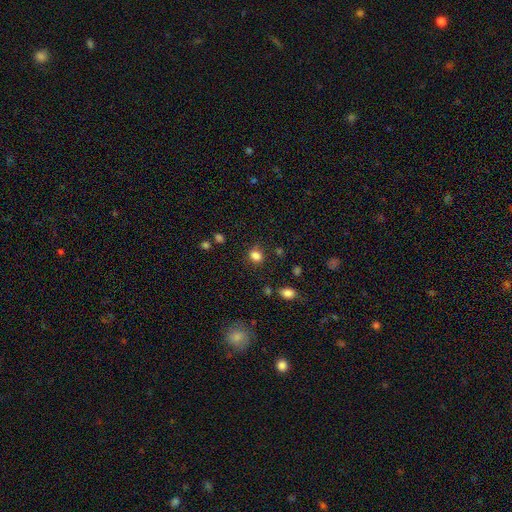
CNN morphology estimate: This appears to be a smooth galaxy with no disk features (83%) that is round (60%). Merging: none (78%).